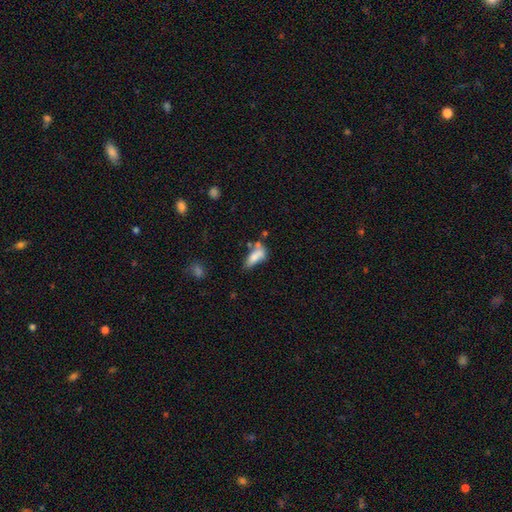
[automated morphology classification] Q: Smooth or featured?
A: smooth (71%); runner-up: featured or disk (19%)
Q: How rounded?
A: in between (72%); runner-up: cigar-shaped (25%)
Q: Merging?
A: none (32%); runner-up: merger (28%)